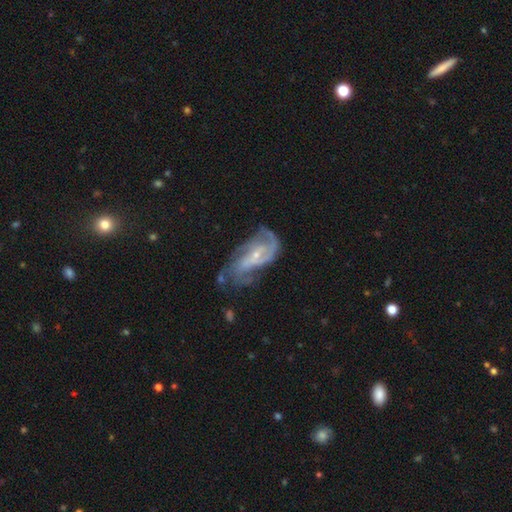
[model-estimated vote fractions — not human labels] Q: Smooth or featured?
A: featured or disk (83%); runner-up: smooth (10%)
Q: Edge-on disk?
A: no (95%); runner-up: yes (5%)
Q: Bar?
A: weak (41%); tied with: no (41%)
Q: Spiral arms?
A: yes (93%); runner-up: no (7%)
Q: Spiral winding?
A: medium (45%); runner-up: tight (37%)
Q: Spiral arm count?
A: 2 (39%); runner-up: can't tell (23%)
Q: Bulge size?
A: small (72%); runner-up: moderate (23%)
Q: Merging?
A: none (50%); runner-up: minor disturbance (26%)